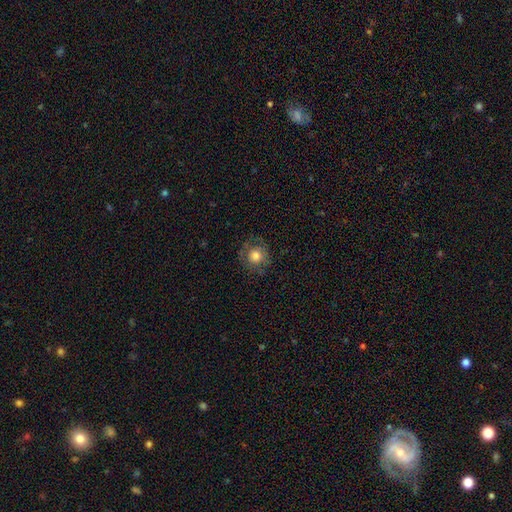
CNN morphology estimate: Smooth or featured?
  - smooth: 70% *
  - featured or disk: 20%
  - star or artifact: 10%
How rounded?
  - round: 91% *
  - in between: 9%
  - cigar-shaped: 1%
Merging?
  - none: 76% *
  - minor disturbance: 16%
  - major disturbance: 7%
  - merger: 1%